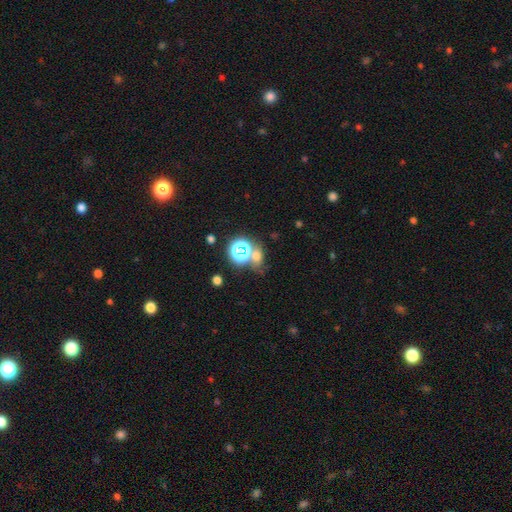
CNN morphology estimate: A smooth galaxy with no disk features (48%).

Vote fractions:
- Smooth or featured? smooth: 48% / star or artifact: 41% / featured or disk: 11%
- Merging? none: 58% / merger: 24% / minor disturbance: 11% / major disturbance: 7%